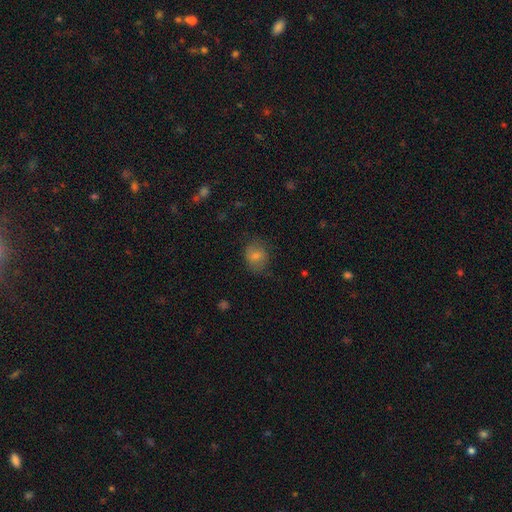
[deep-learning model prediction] smooth_or_featured: smooth (p=0.77) [alt: featured or disk p=0.14]
how_rounded: round (p=0.58) [alt: in between p=0.41]
merging: none (p=0.71) [alt: minor disturbance p=0.21]